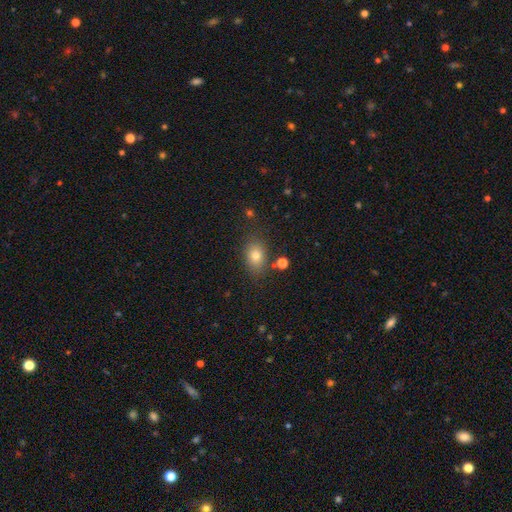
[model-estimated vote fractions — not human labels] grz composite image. It shows a smooth galaxy with no disk features (77%) that is in between round and cigar-shaped (70%). Merging: none (79%).